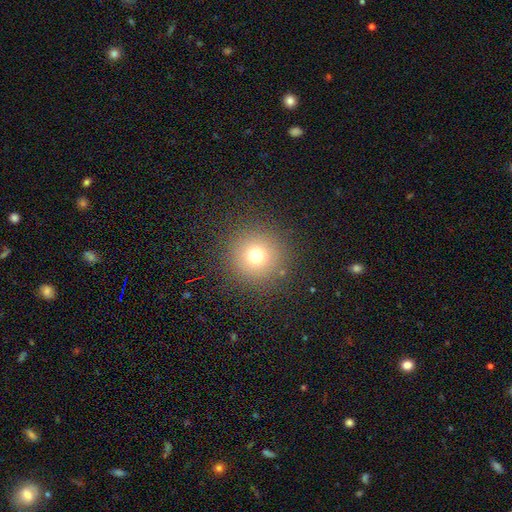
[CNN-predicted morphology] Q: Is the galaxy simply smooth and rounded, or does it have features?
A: smooth — 73%.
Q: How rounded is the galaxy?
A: round — 95%.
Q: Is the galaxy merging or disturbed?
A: none — 88%.